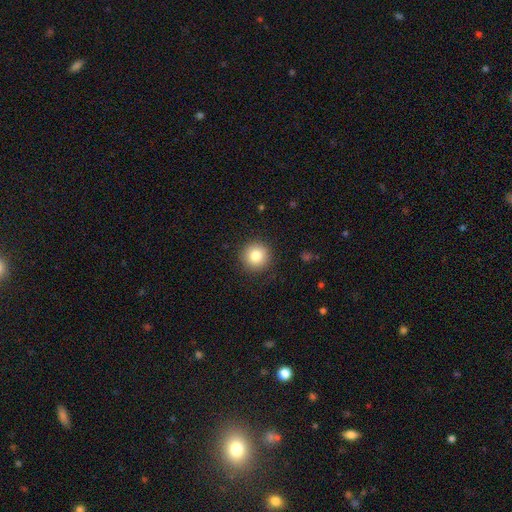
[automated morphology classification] Smooth or featured?
  - smooth: 83% *
  - star or artifact: 10%
  - featured or disk: 7%
How rounded?
  - round: 95% *
  - in between: 4%
  - cigar-shaped: 1%
Merging?
  - none: 91% *
  - minor disturbance: 6%
  - major disturbance: 2%
  - merger: 1%